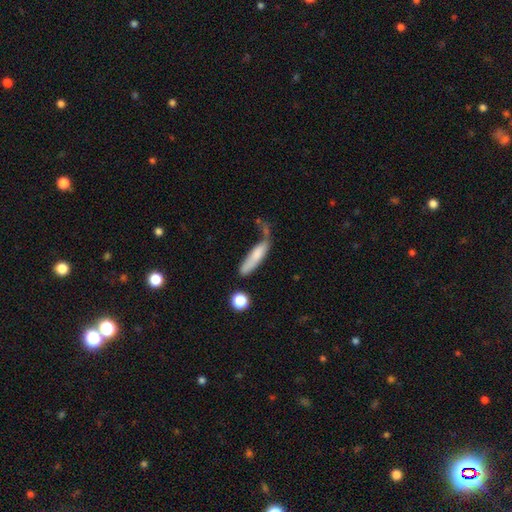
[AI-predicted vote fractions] Morphology: type=smooth (71%); roundness=cigar-shaped (73%); merging=none (38%).